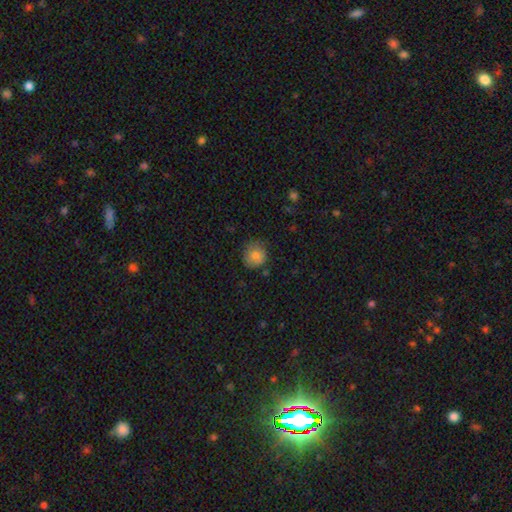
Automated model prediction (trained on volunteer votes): Smooth or featured? smooth (77%)
How rounded? round (84%)
Merging? none (72%)